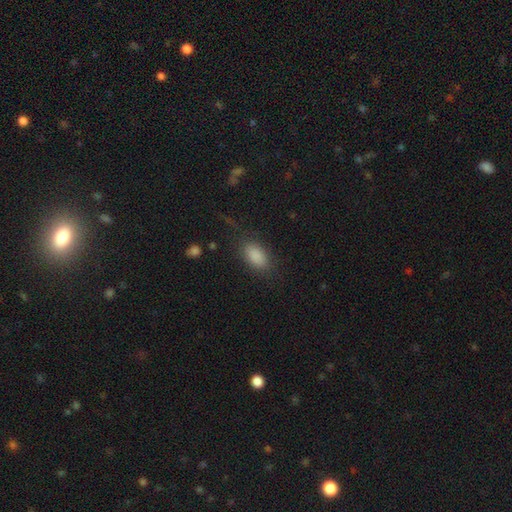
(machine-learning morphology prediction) Smooth or featured? Predicted: smooth (p=0.87). How rounded? Predicted: in between (p=0.91). Merging? Predicted: none (p=0.79).